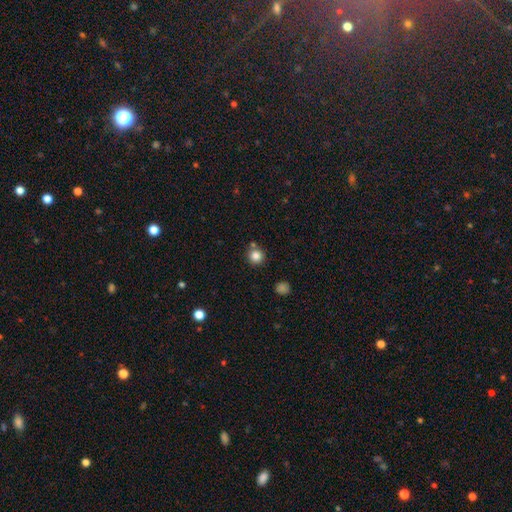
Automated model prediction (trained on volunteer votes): Smooth or featured?
  - smooth: 83% *
  - star or artifact: 11%
  - featured or disk: 5%
How rounded?
  - round: 94% *
  - in between: 5%
  - cigar-shaped: 1%
Merging?
  - none: 78% *
  - merger: 11%
  - minor disturbance: 8%
  - major disturbance: 2%